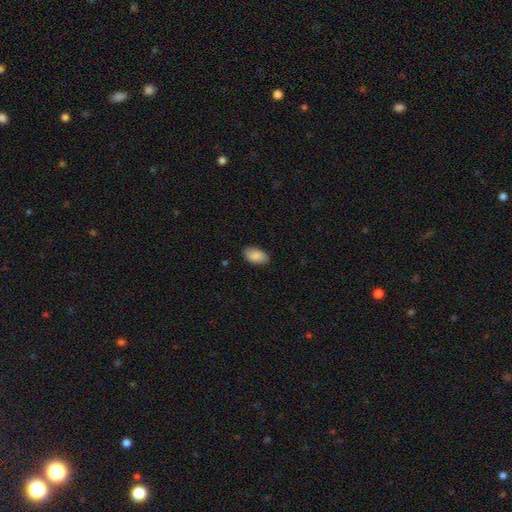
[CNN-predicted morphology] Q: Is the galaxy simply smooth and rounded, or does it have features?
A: smooth — 89%.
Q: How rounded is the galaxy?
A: in between — 94%.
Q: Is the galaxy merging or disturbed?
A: none — 87%.